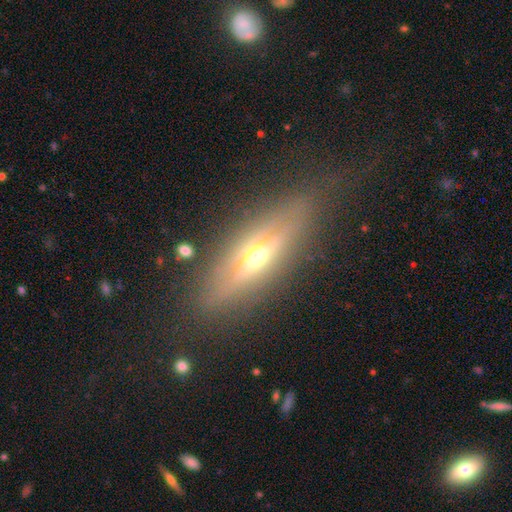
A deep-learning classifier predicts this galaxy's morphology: Overall: featured or disk (72%). Edge-on disk: yes (91%). Edge-on bulge: rounded (90%). Merging: none (77%).